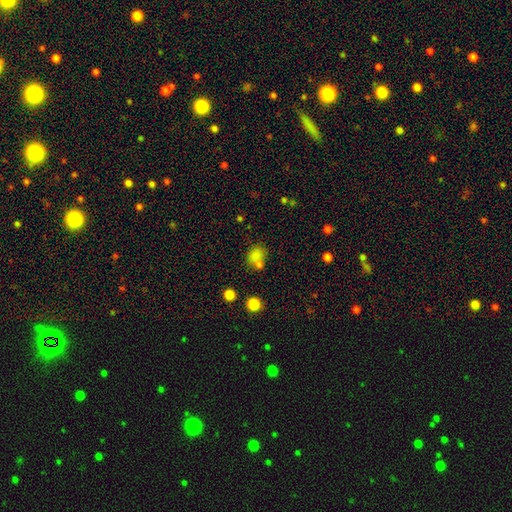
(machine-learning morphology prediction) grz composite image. It shows a smooth galaxy with no disk features (76%) that is round (61%). Merging: none (54%).